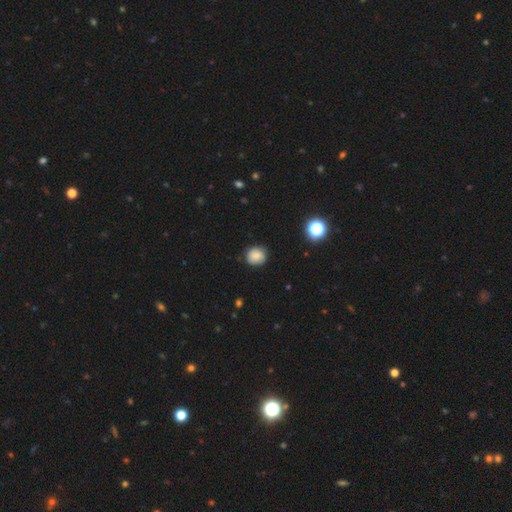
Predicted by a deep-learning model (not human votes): A smooth galaxy with no disk features (81%) that is round (86%).

Vote fractions:
- Smooth or featured? smooth: 81% / star or artifact: 11% / featured or disk: 8%
- How rounded? round: 86% / in between: 13% / cigar-shaped: 1%
- Merging? none: 85% / minor disturbance: 11% / major disturbance: 2% / merger: 1%